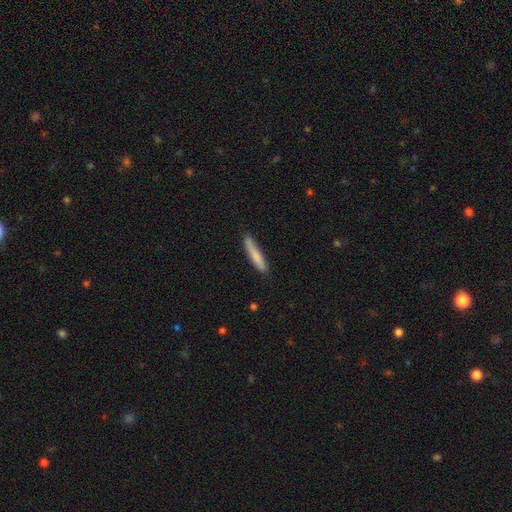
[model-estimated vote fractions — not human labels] Smooth or featured? Predicted: smooth (p=0.76). How rounded? Predicted: cigar-shaped (p=0.92). Merging? Predicted: none (p=0.84).